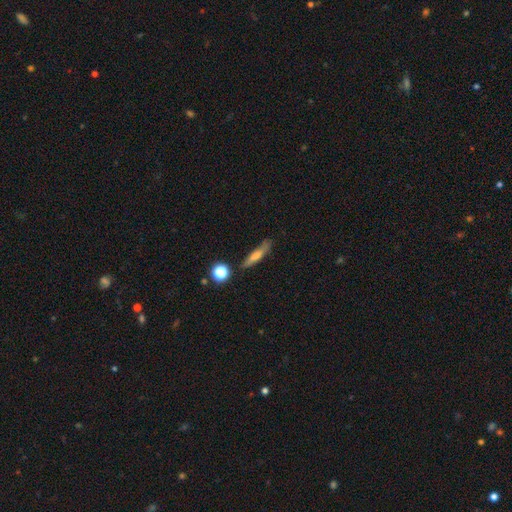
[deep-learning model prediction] The model was most divided on "smooth or featured": smooth: 51%, featured or disk: 39%, star or artifact: 11%. More confident: how rounded — cigar-shaped (81%); merging — none (76%).